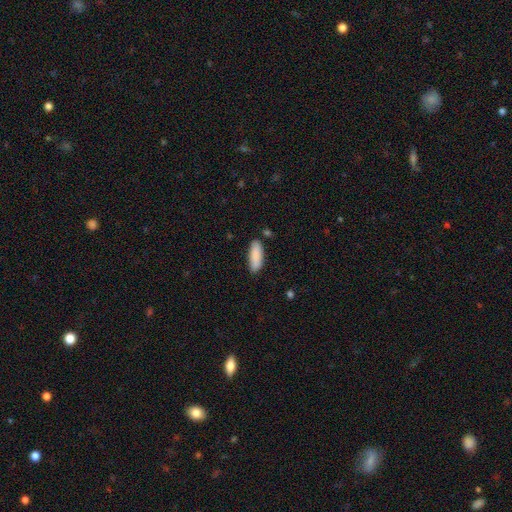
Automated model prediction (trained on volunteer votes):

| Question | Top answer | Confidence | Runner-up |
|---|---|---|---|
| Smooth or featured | smooth | 89% | star or artifact (6%) |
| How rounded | in between | 61% | cigar-shaped (37%) |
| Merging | none | 84% | minor disturbance (11%) |